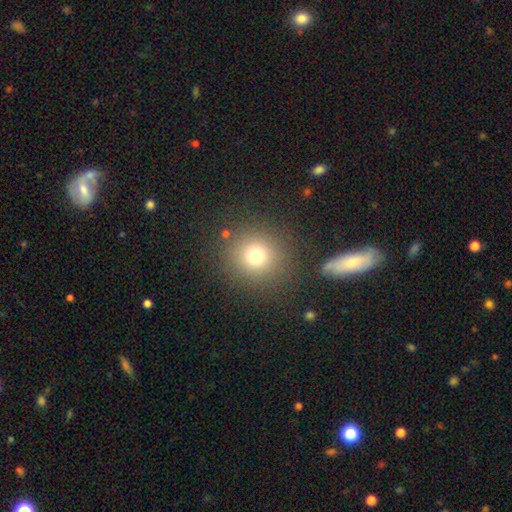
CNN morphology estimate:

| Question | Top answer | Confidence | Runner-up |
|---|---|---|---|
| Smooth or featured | smooth | 73% | star or artifact (17%) |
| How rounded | round | 93% | in between (6%) |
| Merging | none | 86% | minor disturbance (7%) |